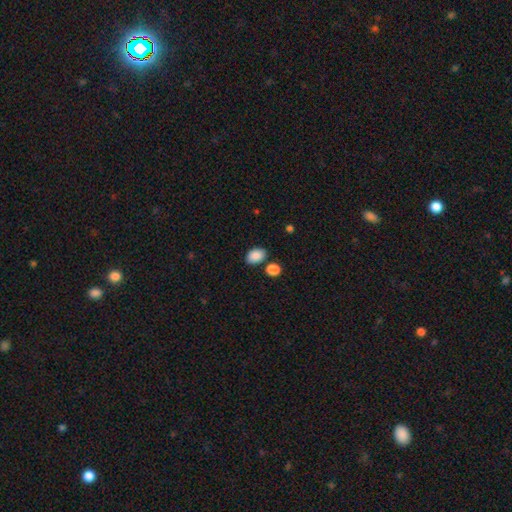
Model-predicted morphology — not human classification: smooth-or-featured: smooth: 88% | star or artifact: 8% | featured or disk: 4%
  how-rounded: in between: 83% | round: 16% | cigar-shaped: 1%
  merging: none: 76% | minor disturbance: 12% | merger: 8% | major disturbance: 3%